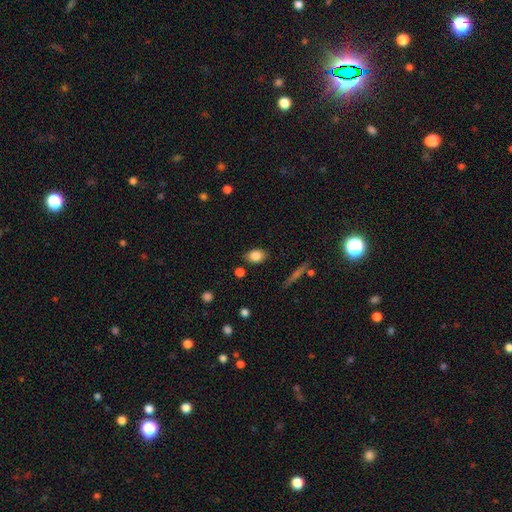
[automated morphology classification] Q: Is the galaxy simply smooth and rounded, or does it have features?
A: smooth — 83%.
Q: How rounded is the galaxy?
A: in between — 79%.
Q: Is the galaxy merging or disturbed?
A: none — 83%.